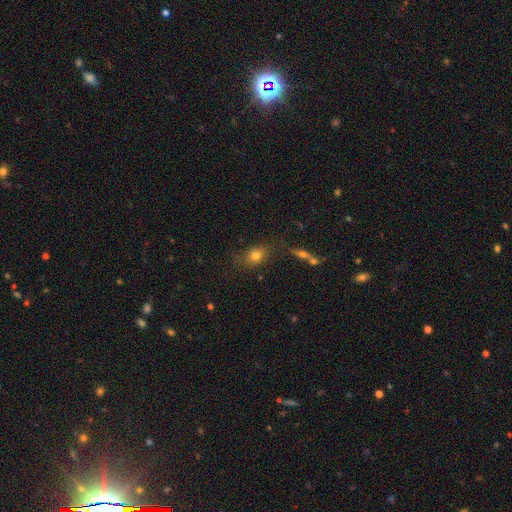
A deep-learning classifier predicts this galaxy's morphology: type=smooth (75%); roundness=in between (55%); merging=none (71%).